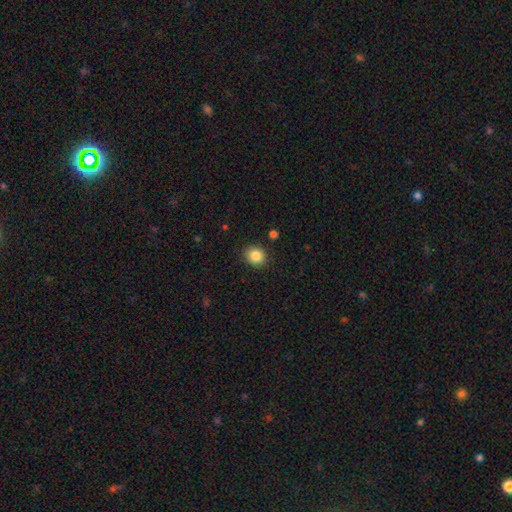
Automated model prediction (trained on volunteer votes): Smooth or featured? Predicted: smooth (p=0.86). How rounded? Predicted: round (p=0.72). Merging? Predicted: none (p=0.89).